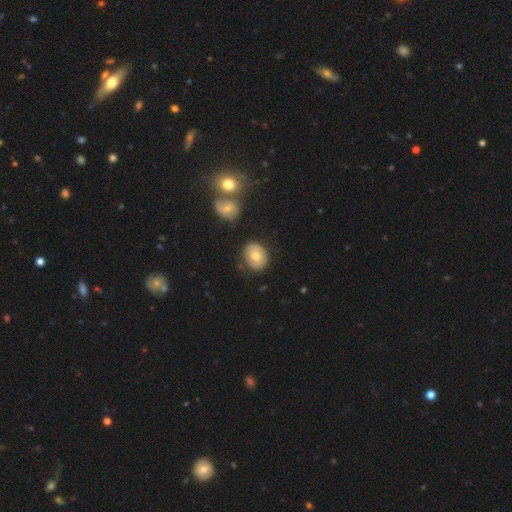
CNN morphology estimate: smooth 70%, featured or disk 23%, star or artifact 8%. Down the decision tree: how rounded — round (57%); merging — none (82%).